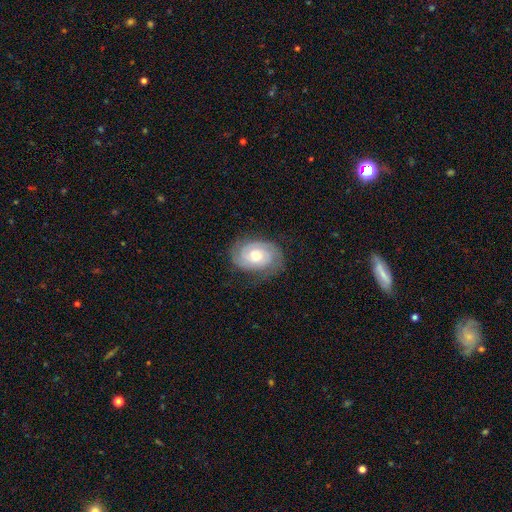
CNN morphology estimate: featured or disk 69%, smooth 24%, star or artifact 7%. Down the decision tree: edge-on disk — no (96%); bar — no (74%); spiral arms — yes (91%); spiral arm count — 2 (47%); spiral winding — tight (66%); bulge size — moderate (62%); merging — none (72%).